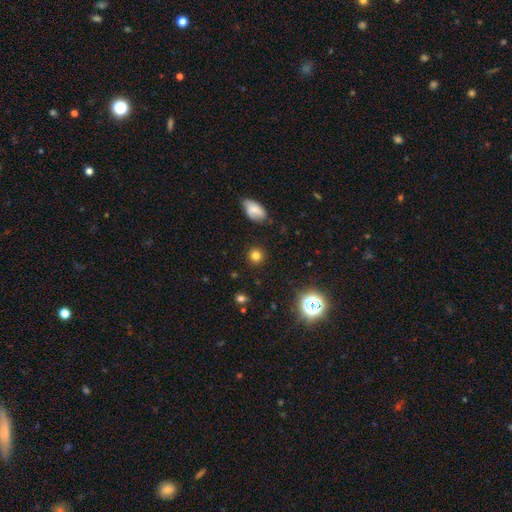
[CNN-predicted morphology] A smooth galaxy with no disk features (78%) that is round (89%). Merging: none (88%).